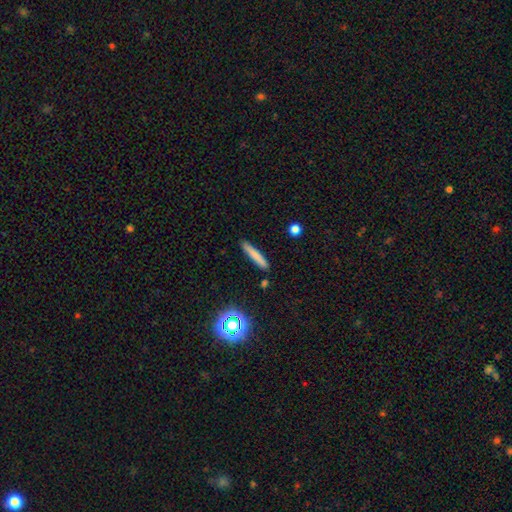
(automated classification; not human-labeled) Smooth or featured? smooth (76%)
How rounded? cigar-shaped (92%)
Merging? none (87%)